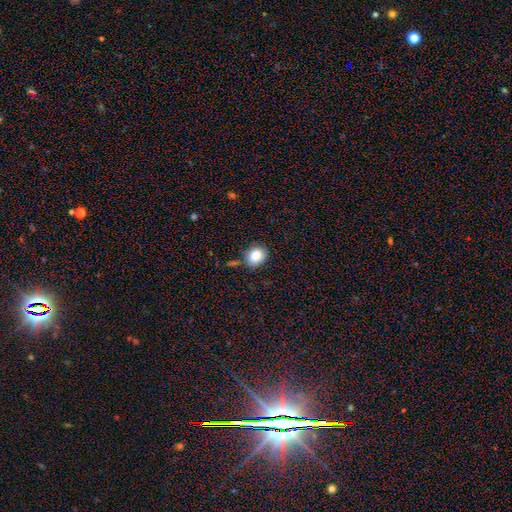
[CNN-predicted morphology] smooth 83%, star or artifact 10%, featured or disk 7%. Down the decision tree: how rounded — round (63%); merging — none (76%).